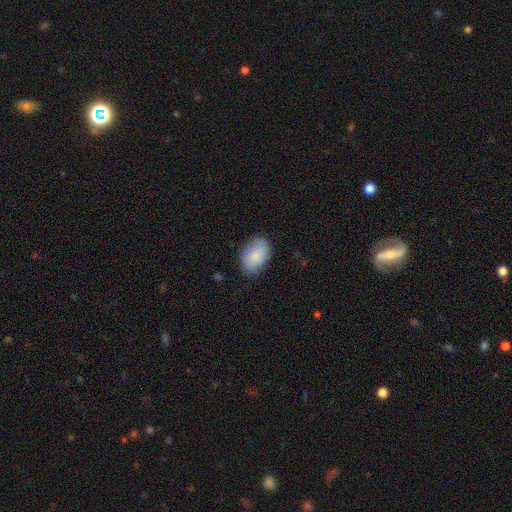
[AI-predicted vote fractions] Smooth or featured? smooth (75%)
How rounded? in between (87%)
Merging? none (70%)